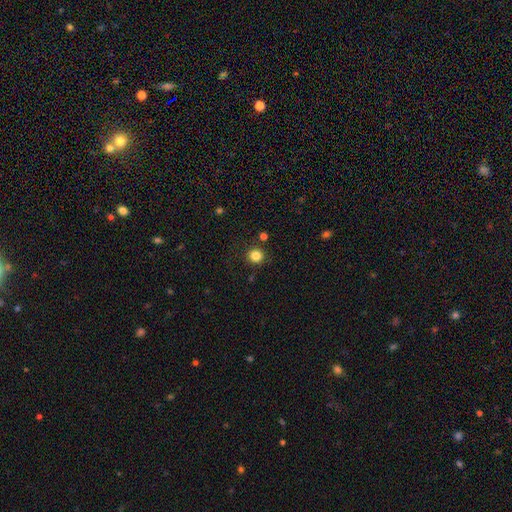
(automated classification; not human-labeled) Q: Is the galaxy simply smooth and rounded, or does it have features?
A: smooth — 83%.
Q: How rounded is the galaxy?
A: round — 92%.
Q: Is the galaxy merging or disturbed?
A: none — 89%.